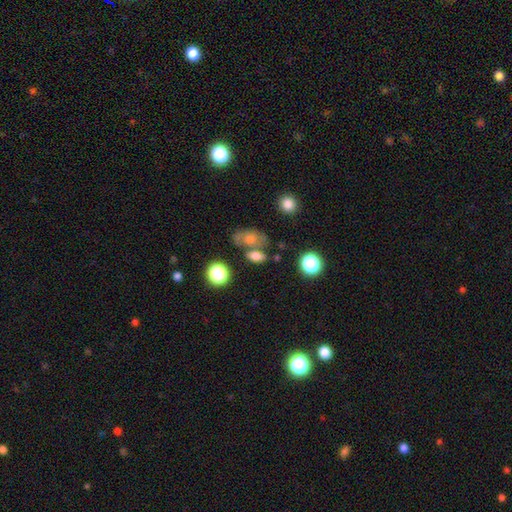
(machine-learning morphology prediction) smooth 69%, featured or disk 16%, star or artifact 15%. Down the decision tree: how rounded — in between (76%); merging — none (51%).